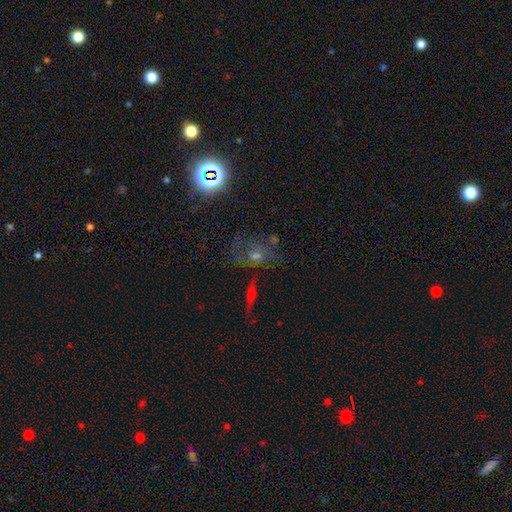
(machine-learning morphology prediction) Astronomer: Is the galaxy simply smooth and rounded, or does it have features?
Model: star or artifact — 44% (runner-up: featured or disk, 33%).